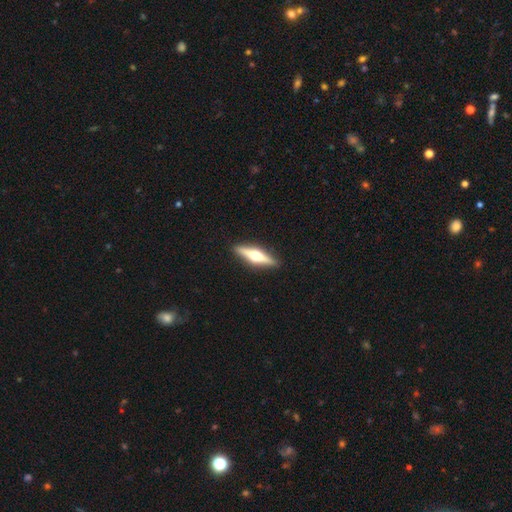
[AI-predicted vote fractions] smooth-or-featured: featured or disk: 67% | smooth: 28% | star or artifact: 5%
  disk-edge-on: yes: 97% | no: 3%
    edge-on-bulge: rounded: 96% | boxy: 3% | none: 2%
  merging: none: 91% | minor disturbance: 6% | major disturbance: 1% | merger: 1%